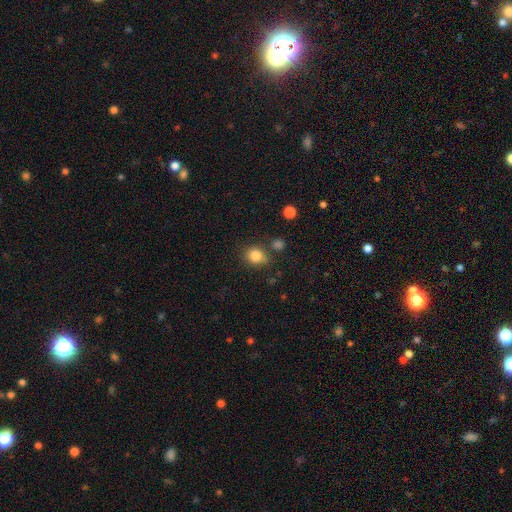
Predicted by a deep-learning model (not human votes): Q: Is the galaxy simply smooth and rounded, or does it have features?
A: smooth — 83%.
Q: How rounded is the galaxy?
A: round — 69%.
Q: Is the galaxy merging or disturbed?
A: none — 73%.